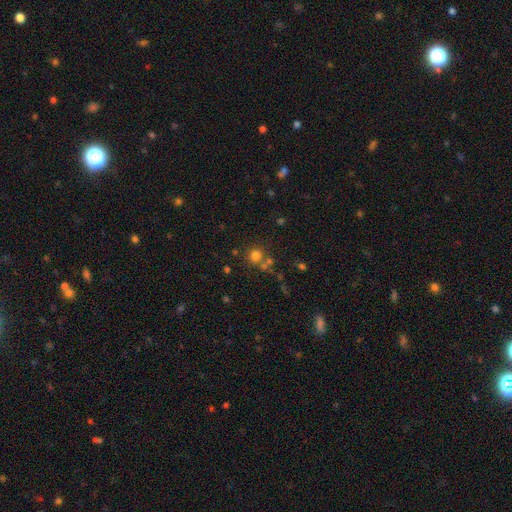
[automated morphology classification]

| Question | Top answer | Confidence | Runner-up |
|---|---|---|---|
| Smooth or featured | smooth | 71% | star or artifact (19%) |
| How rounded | round | 90% | in between (9%) |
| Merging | none | 66% | merger (22%) |